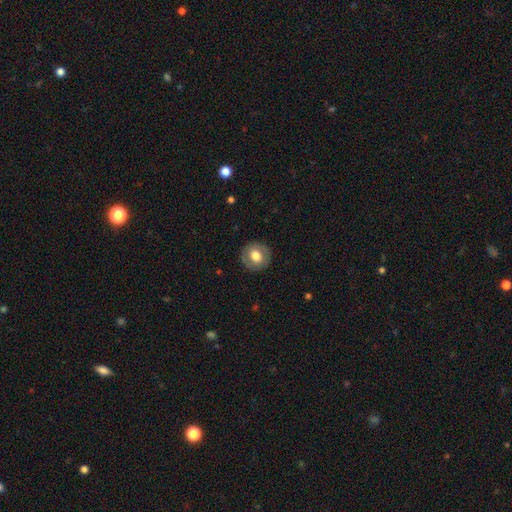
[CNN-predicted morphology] Smooth or featured?
  - smooth: 65% *
  - featured or disk: 28%
  - star or artifact: 7%
How rounded?
  - round: 86% *
  - in between: 13%
  - cigar-shaped: 1%
Merging?
  - none: 87% *
  - minor disturbance: 9%
  - major disturbance: 3%
  - merger: 1%